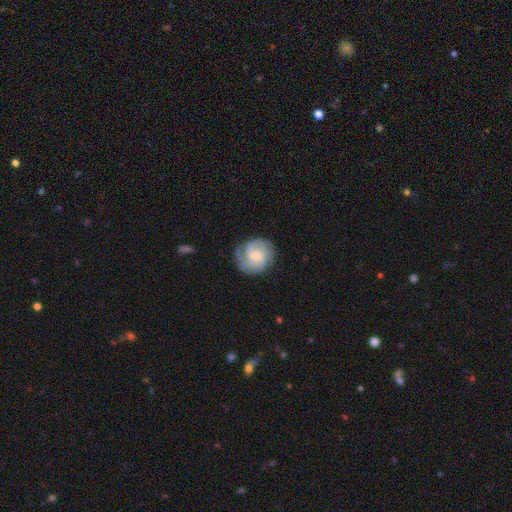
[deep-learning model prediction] Smooth or featured? Predicted: featured or disk (p=0.80). Edge-on disk? Predicted: no (p=0.98). Bar? Predicted: no (p=0.68). Spiral arms? Predicted: yes (p=0.96). Spiral winding? Predicted: tight (p=0.53). Spiral arm count? Predicted: 3 (p=0.37). Bulge size? Predicted: small (p=0.62). Merging? Predicted: none (p=0.75).